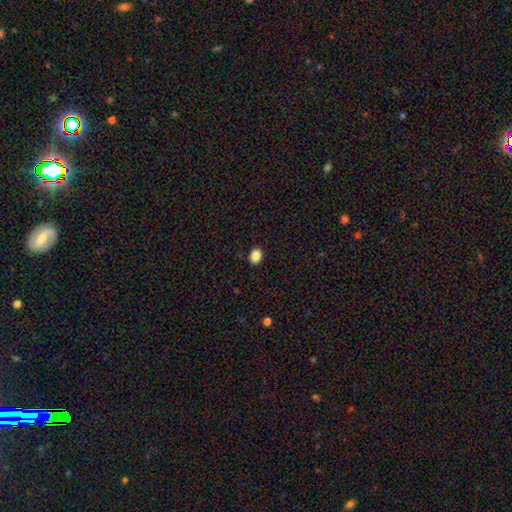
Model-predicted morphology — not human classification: Smooth or featured? Predicted: smooth (p=0.86). How rounded? Predicted: in between (p=0.52). Merging? Predicted: none (p=0.91).